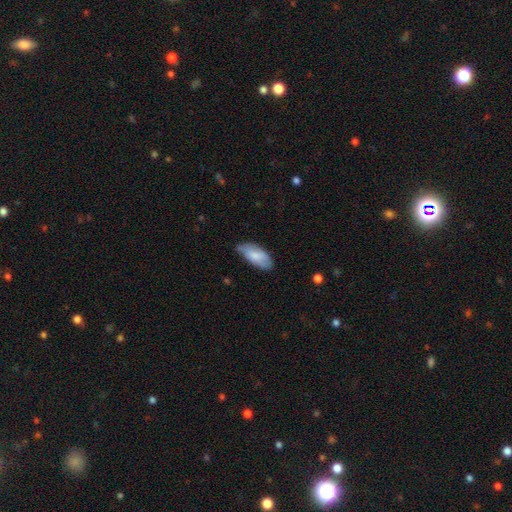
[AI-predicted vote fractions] Overall: smooth (78%). How rounded: in between (90%). Merging: none (65%; minor disturbance 29%).